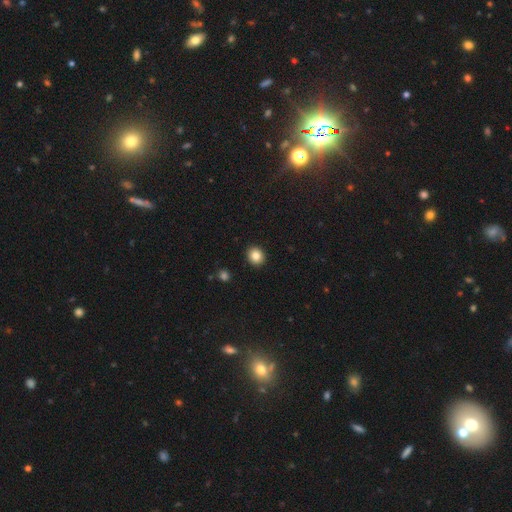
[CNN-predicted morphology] This is clearly a smooth galaxy (85%). How rounded: likely round (77%). Merging: clearly none (92%).